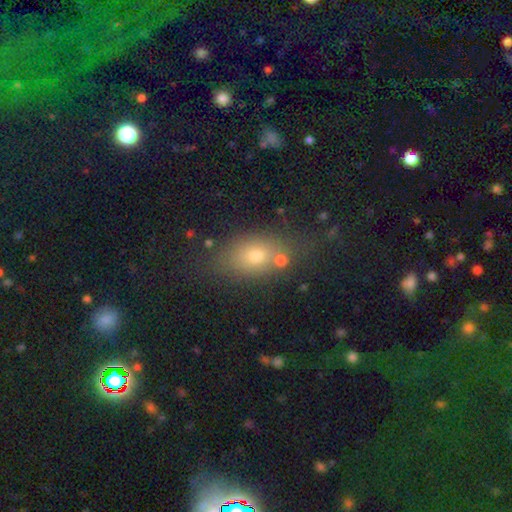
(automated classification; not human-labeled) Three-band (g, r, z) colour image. It shows a smooth galaxy with no disk features (71%) that is in between round and cigar-shaped (73%). Merging: none (65%).